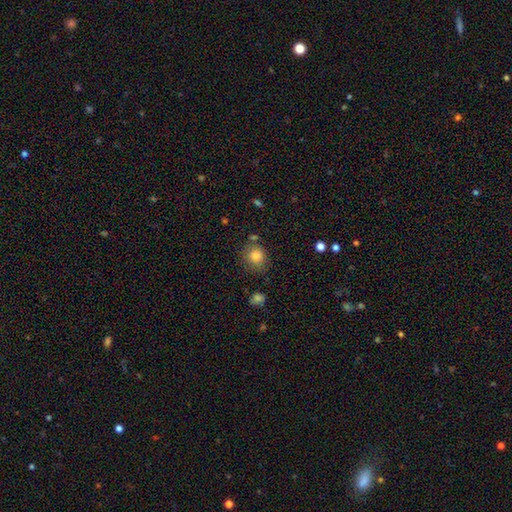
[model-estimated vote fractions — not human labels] smooth-or-featured: smooth: 84% | star or artifact: 10% | featured or disk: 6%
  how-rounded: round: 79% | in between: 20% | cigar-shaped: 1%
  merging: none: 71% | minor disturbance: 17% | merger: 7% | major disturbance: 5%